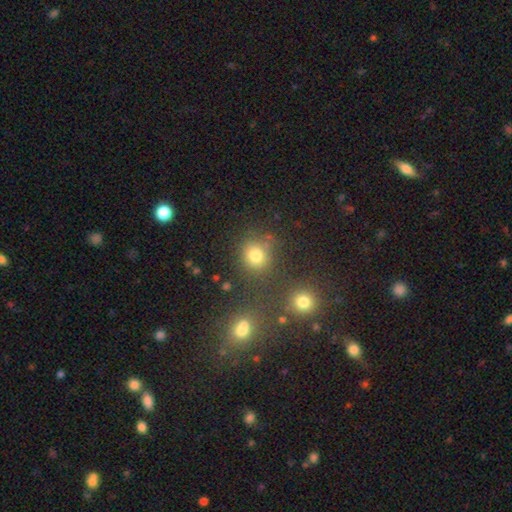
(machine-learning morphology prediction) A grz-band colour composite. It shows a smooth galaxy with no disk features (75%) that is round (82%). Merging: none (73%).